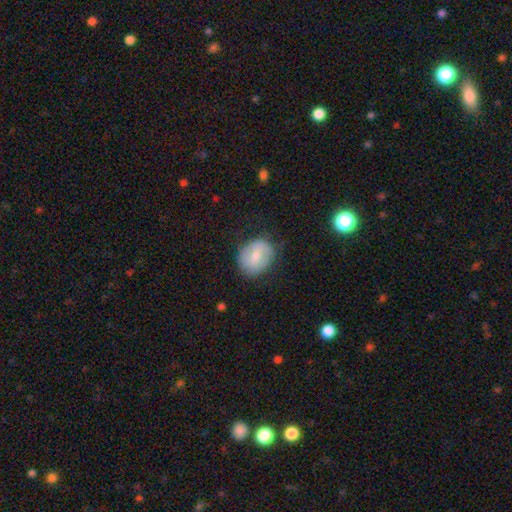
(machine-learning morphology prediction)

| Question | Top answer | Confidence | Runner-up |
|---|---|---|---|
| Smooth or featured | smooth | 63% | featured or disk (30%) |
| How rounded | round | 52% | in between (47%) |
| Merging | none | 75% | minor disturbance (18%) |